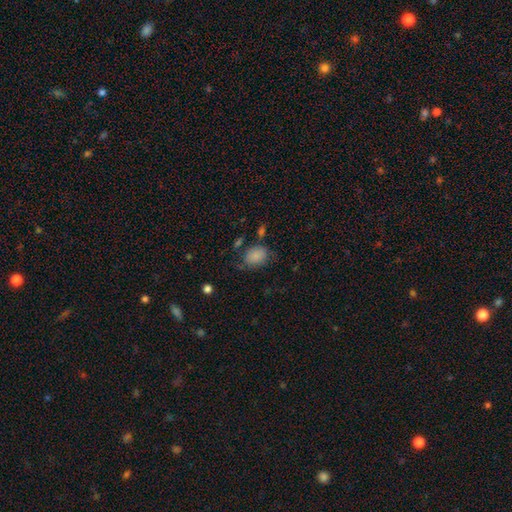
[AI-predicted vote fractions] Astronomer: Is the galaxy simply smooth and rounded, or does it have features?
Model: smooth — 84%.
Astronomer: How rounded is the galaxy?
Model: in between — 66%.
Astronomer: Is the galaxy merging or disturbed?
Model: none — 61%.